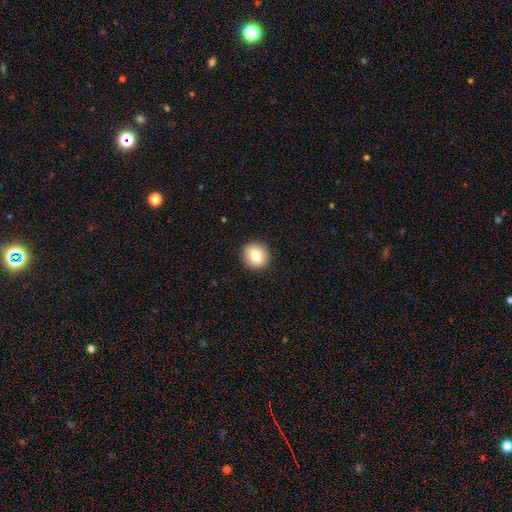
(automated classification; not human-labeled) Smooth or featured: smooth — 77% (featured or disk — 14%)
How rounded: round — 87% (in between — 12%)
Merging: none — 91% (minor disturbance — 6%)